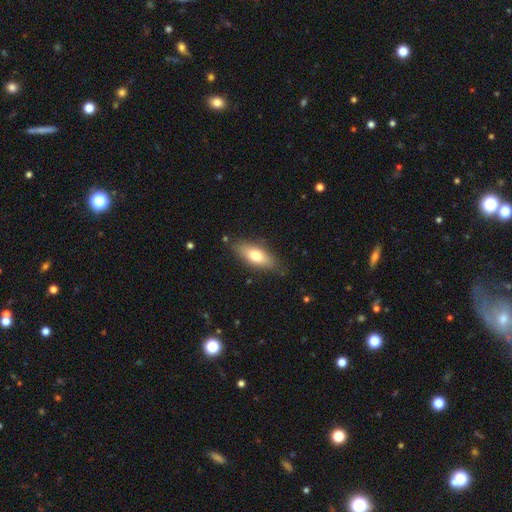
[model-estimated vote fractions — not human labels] A smooth galaxy with no disk features (68%) that is in between round and cigar-shaped (71%). Merging: none (80%).